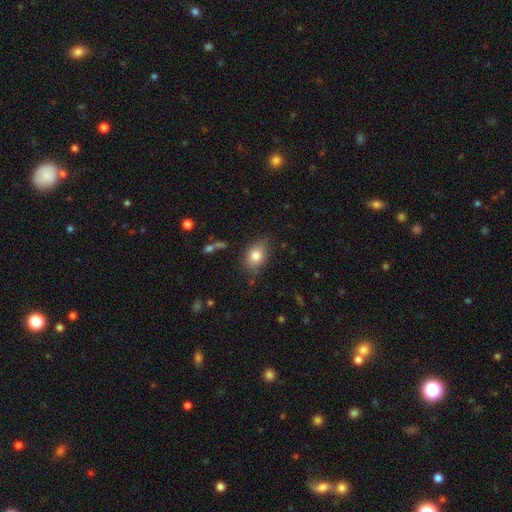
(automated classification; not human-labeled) Smooth or featured? smooth (80%)
How rounded? in between (79%)
Merging? none (77%)